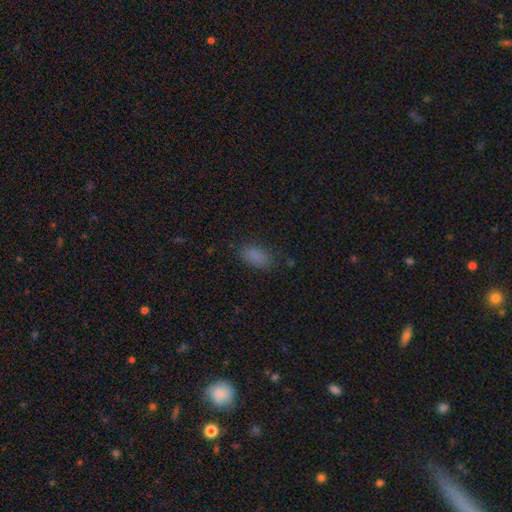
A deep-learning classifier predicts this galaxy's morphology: Smooth or featured? Predicted: smooth (p=0.84). How rounded? Predicted: in between (p=0.92). Merging? Predicted: none (p=0.78).